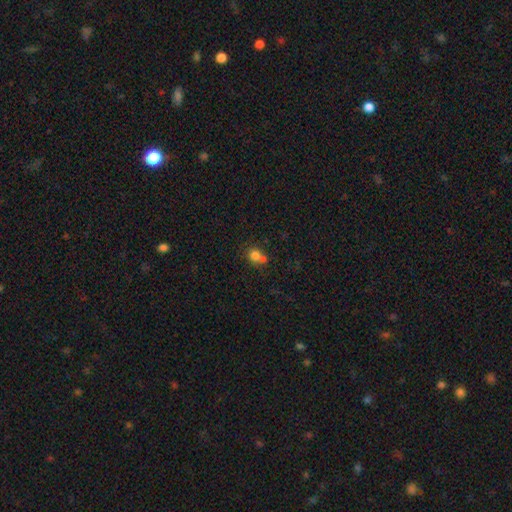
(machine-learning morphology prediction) This is likely a smooth galaxy (77%). How rounded: likely round (76%). Merging: possibly merger (46%).